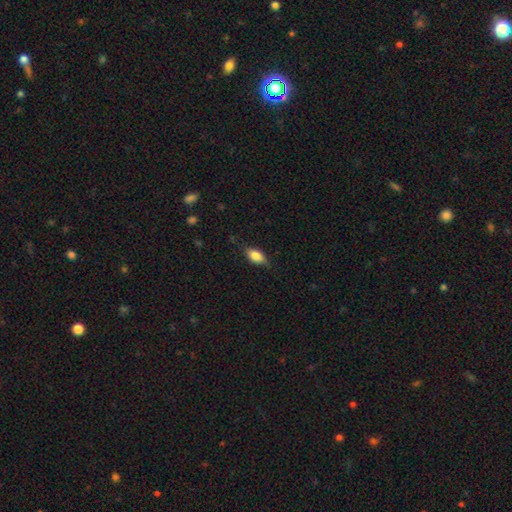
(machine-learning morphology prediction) A smooth galaxy with no disk features (79%) that is in between round and cigar-shaped (87%).

Vote fractions:
- Smooth or featured? smooth: 79% / featured or disk: 14% / star or artifact: 7%
- How rounded? in between: 87% / cigar-shaped: 8% / round: 5%
- Merging? none: 78% / minor disturbance: 18% / major disturbance: 3% / merger: 1%